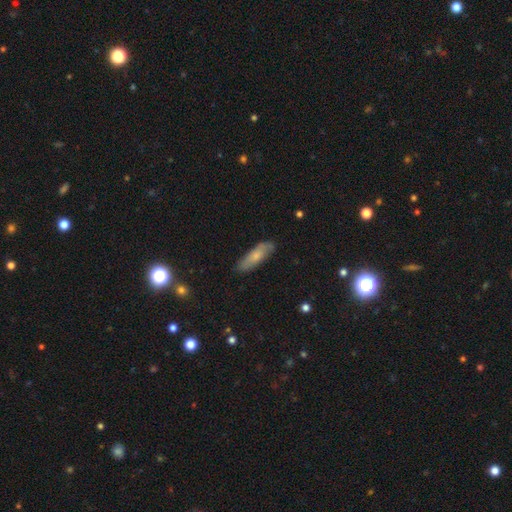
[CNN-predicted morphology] A smooth galaxy with no disk features (66%) that is cigar-shaped (56%). Merging: none (78%).